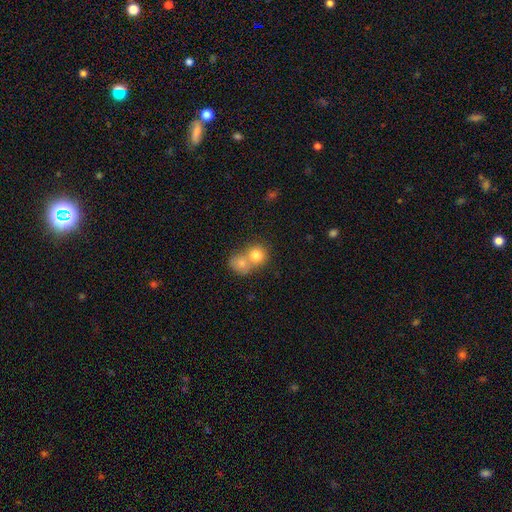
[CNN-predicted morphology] The model was most divided on "merging": merger: 61%, none: 31%, minor disturbance: 6%, major disturbance: 3%. More confident: how rounded — round (79%); smooth or featured — smooth (78%).